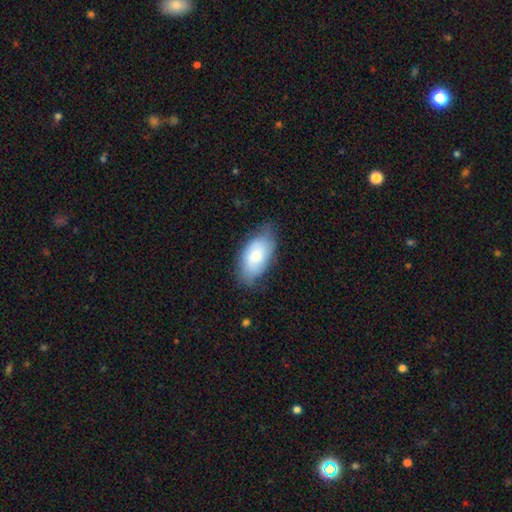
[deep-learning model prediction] This is likely a smooth galaxy (72%). How rounded: clearly in between (94%). Merging: likely none (66%).